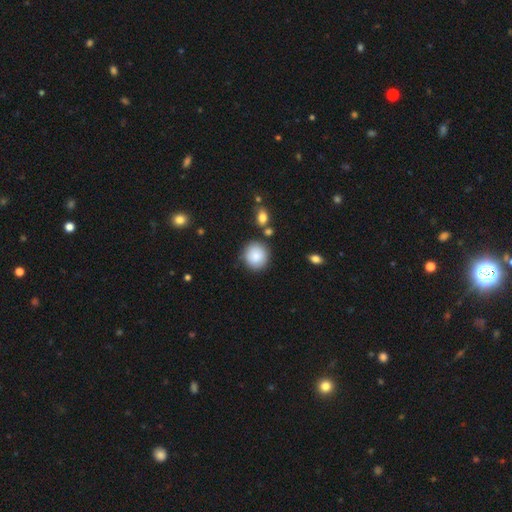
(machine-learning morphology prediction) The model was most divided on "merging": none: 82%, minor disturbance: 10%, merger: 5%, major disturbance: 3%. More confident: how rounded — round (89%); smooth or featured — smooth (86%).